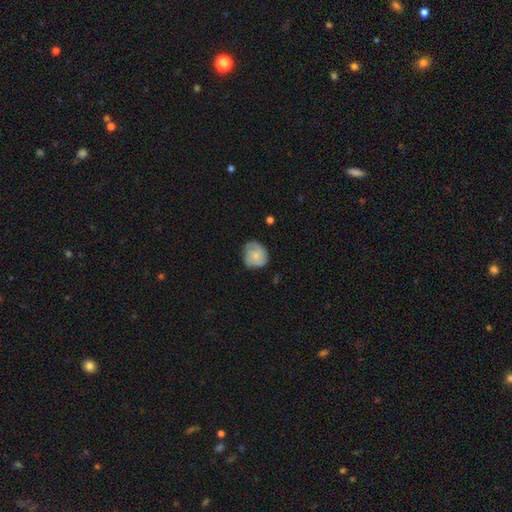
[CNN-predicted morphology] This is possibly a smooth galaxy (59%). How rounded: likely round (73%). Merging: likely none (63%).